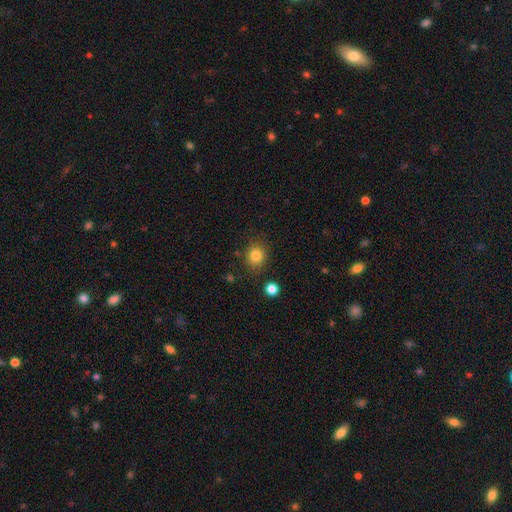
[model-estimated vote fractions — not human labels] A smooth galaxy with no disk features (83%) that is round (78%). Merging: none (85%).